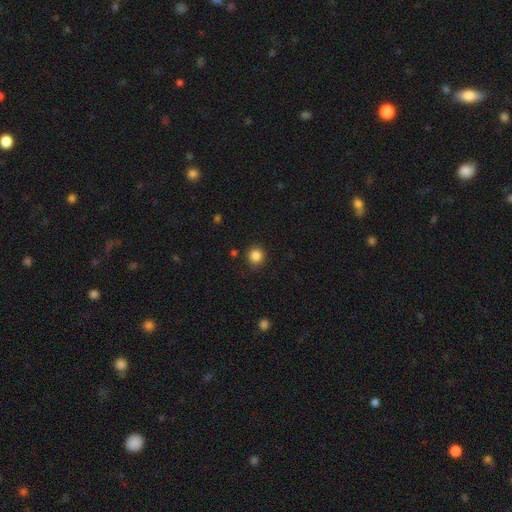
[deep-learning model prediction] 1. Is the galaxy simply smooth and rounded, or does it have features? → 85% smooth, 11% star or artifact, 4% featured or disk.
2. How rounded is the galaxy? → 92% round, 7% in between, 1% cigar-shaped.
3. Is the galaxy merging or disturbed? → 89% none, 7% minor disturbance, 2% major disturbance, 2% merger.